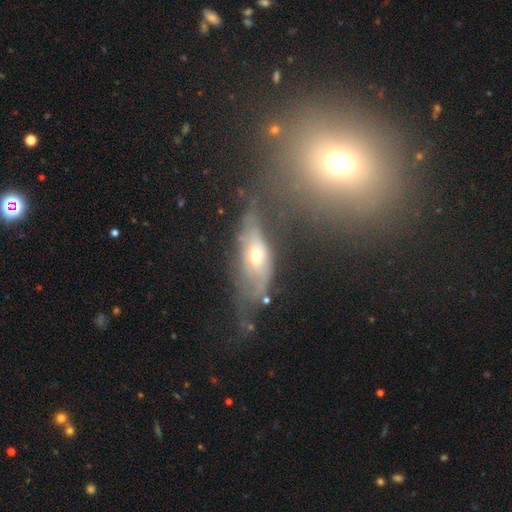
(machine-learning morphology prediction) A featured or disk galaxy (63%). Merging: none (43%).